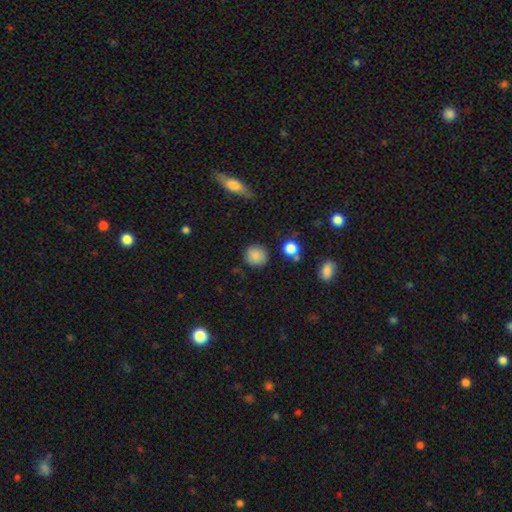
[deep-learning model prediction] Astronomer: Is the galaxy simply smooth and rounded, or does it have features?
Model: smooth — 85%.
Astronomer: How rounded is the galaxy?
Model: round — 90%.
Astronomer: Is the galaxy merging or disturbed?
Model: none — 83%.